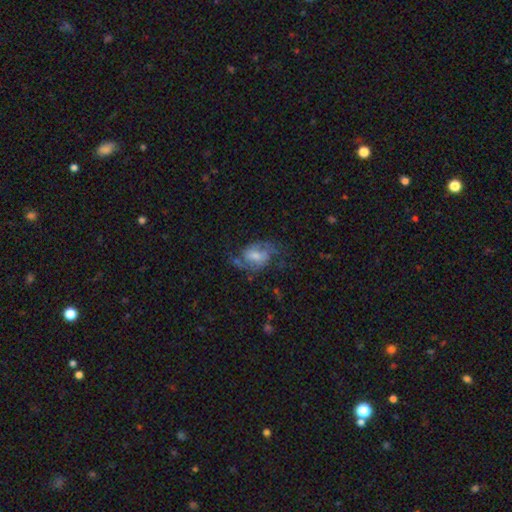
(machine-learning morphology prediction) A featured or disk galaxy (73%) with a weak bar (46%), 2 (83%) medium (48%) spiral arms (89%) and a moderate central bulge (42%). Merging: none (53%).